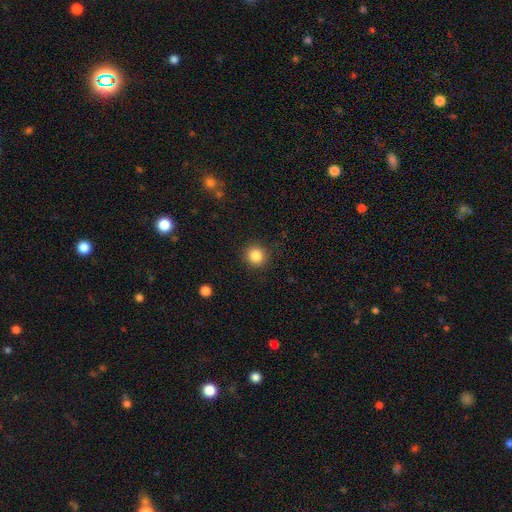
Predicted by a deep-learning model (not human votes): Smooth or featured: smooth — 86% (star or artifact — 10%)
How rounded: round — 93% (in between — 6%)
Merging: none — 90% (minor disturbance — 7%)